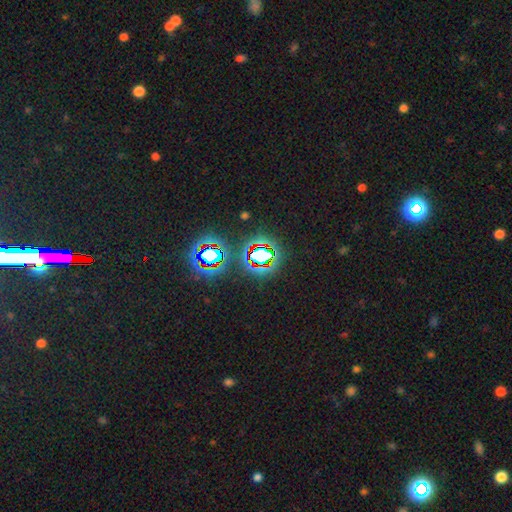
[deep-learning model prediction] Smooth or featured?
  - star or artifact: 80% *
  - smooth: 12%
  - featured or disk: 8%